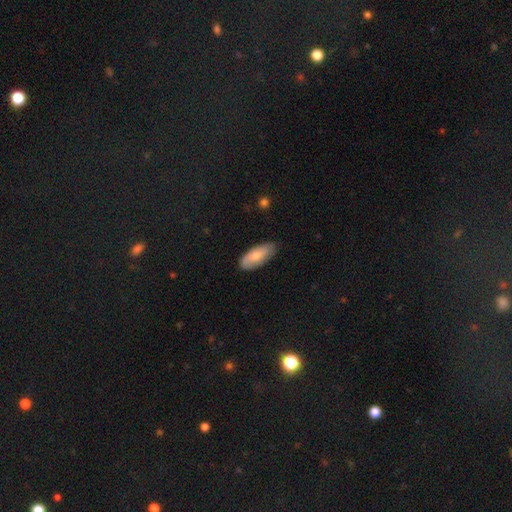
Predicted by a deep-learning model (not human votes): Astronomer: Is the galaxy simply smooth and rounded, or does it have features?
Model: smooth — 72%.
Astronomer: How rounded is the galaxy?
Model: in between — 86%.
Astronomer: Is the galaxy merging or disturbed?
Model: none — 76%.